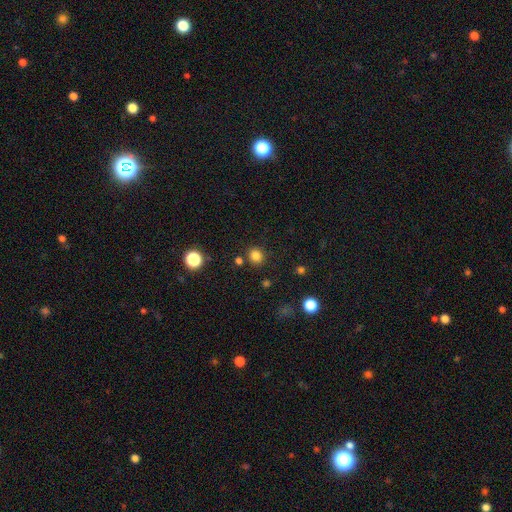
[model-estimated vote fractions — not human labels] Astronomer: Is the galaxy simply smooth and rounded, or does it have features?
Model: smooth — 81%.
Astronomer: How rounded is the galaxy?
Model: round — 83%.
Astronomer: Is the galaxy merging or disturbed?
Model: none — 84%.